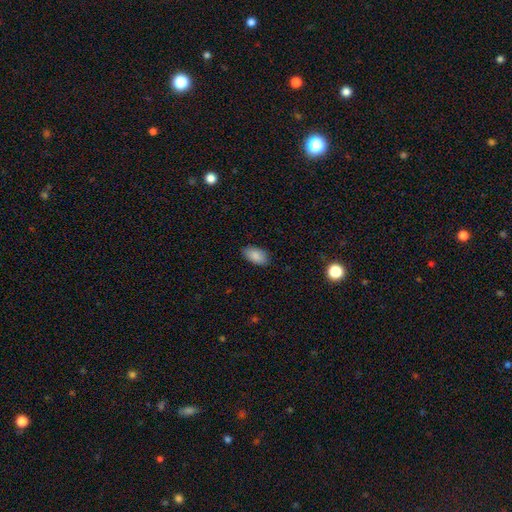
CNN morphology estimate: A smooth galaxy with no disk features (87%) that is in between round and cigar-shaped (94%). Merging: none (86%).